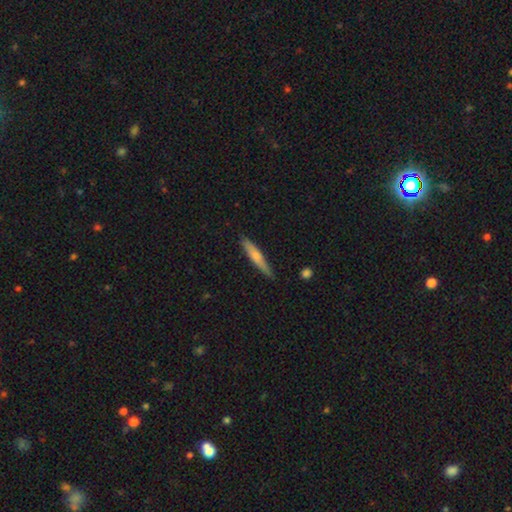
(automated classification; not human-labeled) A smooth galaxy with no disk features (58%) that is cigar-shaped (91%).

Vote fractions:
- Smooth or featured? smooth: 58% / featured or disk: 36% / star or artifact: 6%
- How rounded? cigar-shaped: 91% / in between: 7% / round: 2%
- Merging? none: 82% / minor disturbance: 14% / major disturbance: 2% / merger: 2%